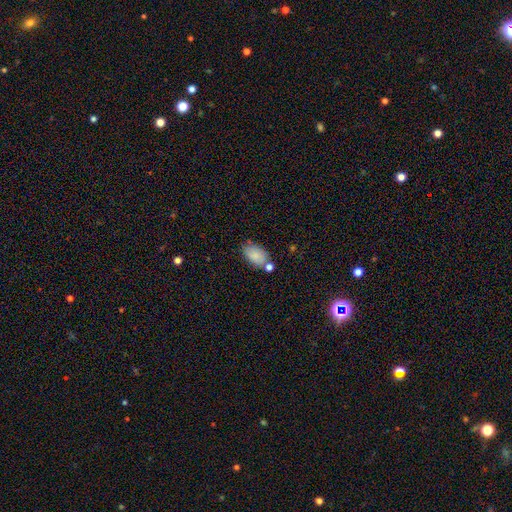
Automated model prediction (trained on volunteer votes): Smooth or featured? smooth (85%)
How rounded? in between (92%)
Merging? none (63%)